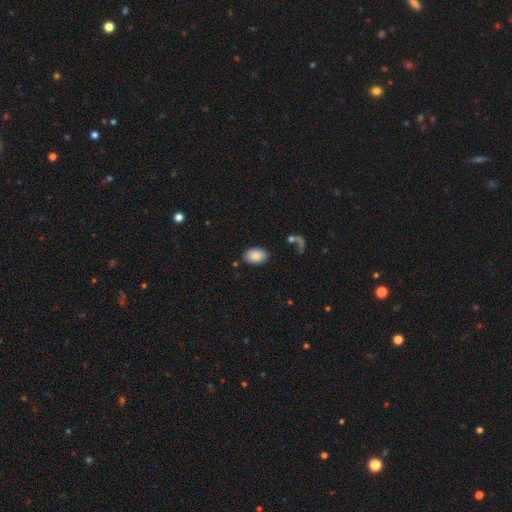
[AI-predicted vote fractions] smooth-or-featured: smooth: 86% | star or artifact: 7% | featured or disk: 7%
  how-rounded: in between: 88% | round: 10% | cigar-shaped: 1%
  merging: none: 83% | minor disturbance: 10% | major disturbance: 4% | merger: 3%